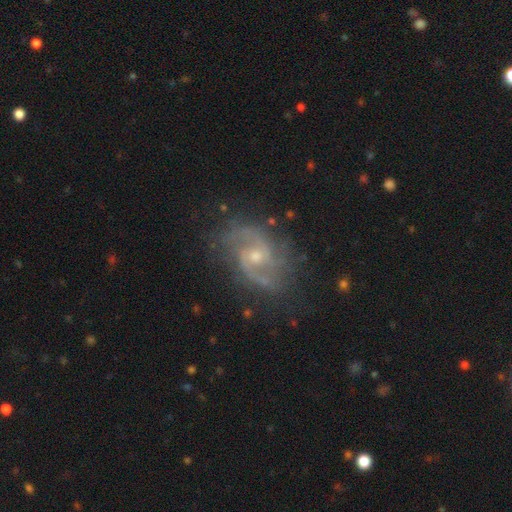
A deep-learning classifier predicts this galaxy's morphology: Q: Smooth or featured?
A: featured or disk (89%); runner-up: star or artifact (6%)
Q: Edge-on disk?
A: no (98%); runner-up: yes (2%)
Q: Bar?
A: no (58%); runner-up: weak (36%)
Q: Spiral arms?
A: yes (97%); runner-up: no (3%)
Q: Spiral winding?
A: medium (58%); runner-up: tight (21%)
Q: Spiral arm count?
A: 2 (86%); runner-up: can't tell (4%)
Q: Bulge size?
A: small (52%); runner-up: moderate (44%)
Q: Merging?
A: none (75%); runner-up: minor disturbance (17%)